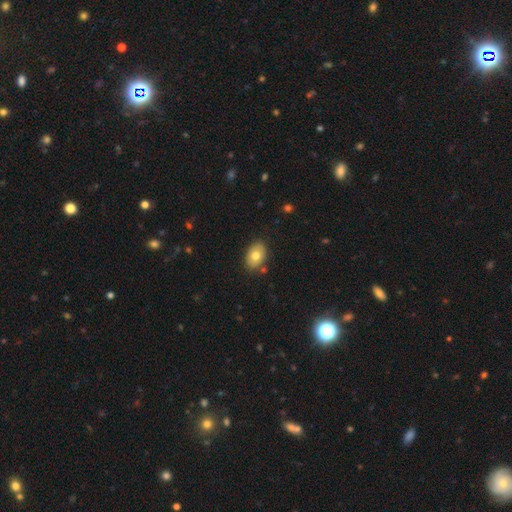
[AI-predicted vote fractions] This is likely a smooth galaxy (74%). How rounded: clearly in between (83%). Merging: clearly none (83%).